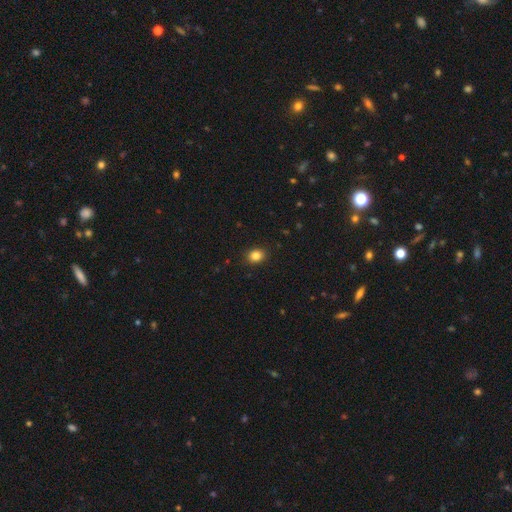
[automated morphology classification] This appears to be a smooth galaxy with no disk features (85%) that is round (55%). Merging: none (90%).